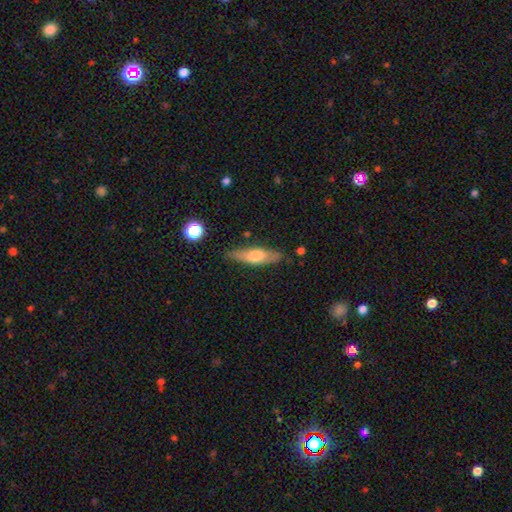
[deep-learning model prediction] This is possibly a smooth galaxy (54%). How rounded: likely cigar-shaped (61%). Merging: clearly none (81%).